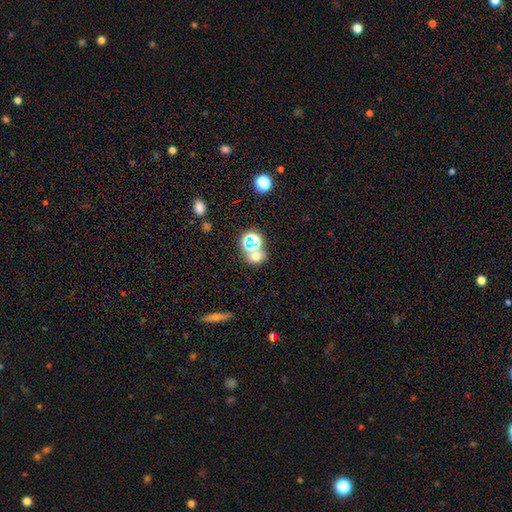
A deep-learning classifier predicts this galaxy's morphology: A smooth galaxy with no disk features (59%) that is round (69%). Merging: none (54%).